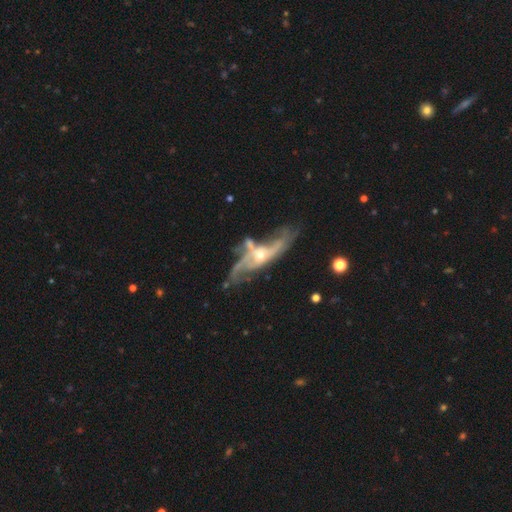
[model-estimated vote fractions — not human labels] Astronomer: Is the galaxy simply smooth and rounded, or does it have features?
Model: featured or disk — 84%.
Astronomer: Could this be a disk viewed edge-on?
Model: no — 86%.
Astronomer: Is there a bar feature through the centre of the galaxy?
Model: no — 63%.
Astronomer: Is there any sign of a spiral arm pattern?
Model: yes — 89%.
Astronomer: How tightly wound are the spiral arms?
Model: loose — 51% (runner-up: medium, 34%).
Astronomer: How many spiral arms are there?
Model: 2 — 54%.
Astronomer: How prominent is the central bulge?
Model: small — 54% (runner-up: moderate, 42%).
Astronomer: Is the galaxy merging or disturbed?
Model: none — 40% (runner-up: major disturbance, 22%).